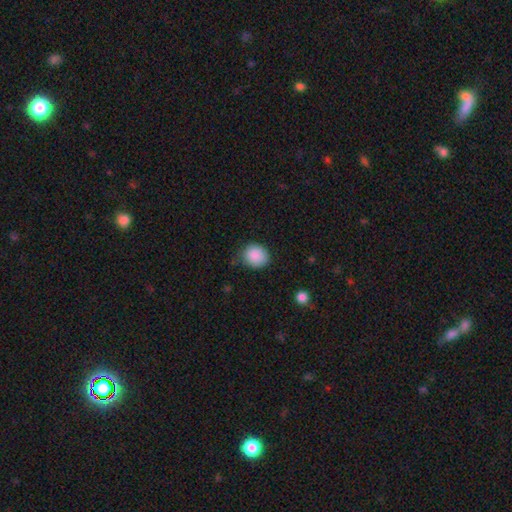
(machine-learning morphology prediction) This appears to be a smooth galaxy with no disk features (89%) that is round (76%). Merging: none (76%).